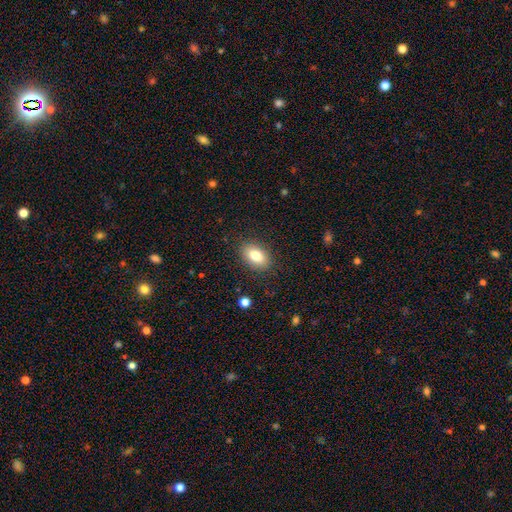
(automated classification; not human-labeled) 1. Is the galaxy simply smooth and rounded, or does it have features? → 81% smooth, 11% featured or disk, 8% star or artifact.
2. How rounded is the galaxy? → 88% in between, 10% round, 2% cigar-shaped.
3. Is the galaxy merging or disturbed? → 87% none, 9% minor disturbance, 3% major disturbance, 1% merger.